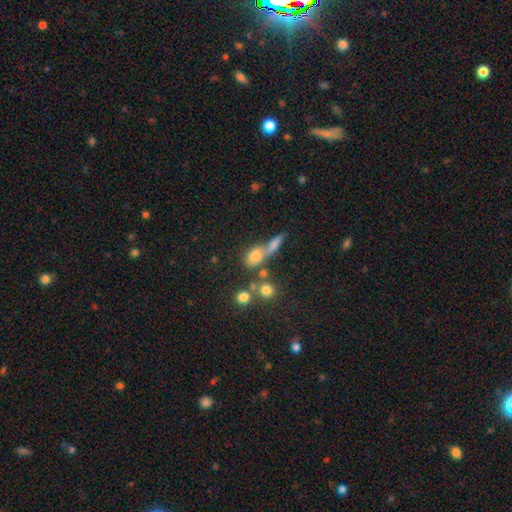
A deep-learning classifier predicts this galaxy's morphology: type=smooth (64%); roundness=in between (59%); merging=merger (42%).